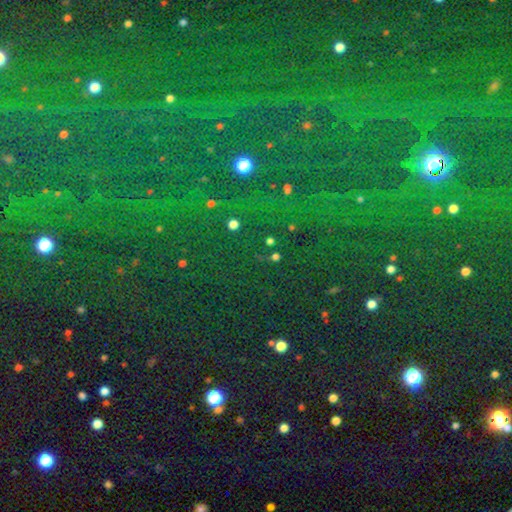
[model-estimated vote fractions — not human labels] Q: Smooth or featured?
A: star or artifact (83%); runner-up: smooth (10%)